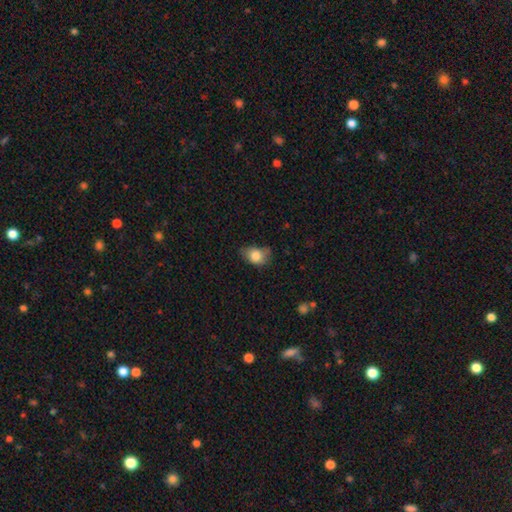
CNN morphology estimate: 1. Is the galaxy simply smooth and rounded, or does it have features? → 80% smooth, 11% featured or disk, 9% star or artifact.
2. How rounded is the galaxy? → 75% in between, 24% round, 1% cigar-shaped.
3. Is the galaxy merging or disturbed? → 52% none, 36% minor disturbance, 10% major disturbance, 2% merger.